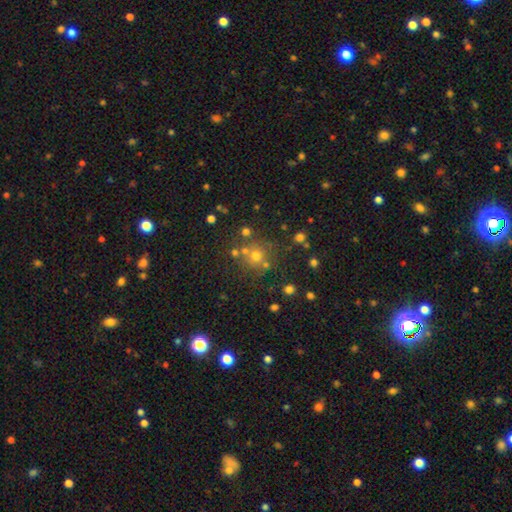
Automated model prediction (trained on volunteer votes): Smooth or featured: smooth — 62% (star or artifact — 26%)
How rounded: round — 91% (in between — 8%)
Merging: none — 72% (merger — 14%)